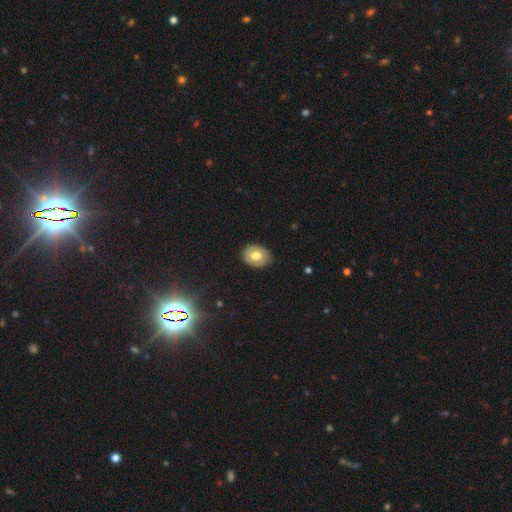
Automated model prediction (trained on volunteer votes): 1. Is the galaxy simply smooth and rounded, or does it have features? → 70% smooth, 22% featured or disk, 8% star or artifact.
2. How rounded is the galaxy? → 66% in between, 33% round, 1% cigar-shaped.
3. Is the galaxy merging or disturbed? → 85% none, 11% minor disturbance, 2% major disturbance, 1% merger.